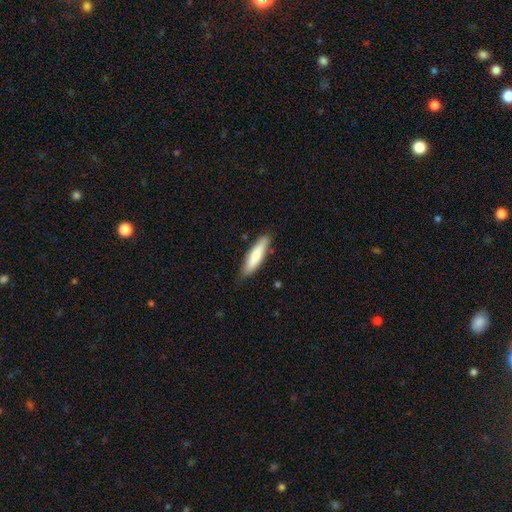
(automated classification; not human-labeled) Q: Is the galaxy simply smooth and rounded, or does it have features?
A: smooth — 80%.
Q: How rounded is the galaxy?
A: cigar-shaped — 71%.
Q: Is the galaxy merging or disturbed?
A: none — 83%.